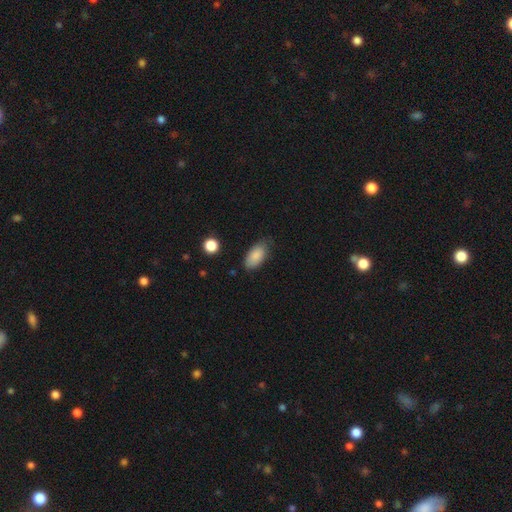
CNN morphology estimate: This is clearly a smooth galaxy (86%). How rounded: clearly in between (92%). Merging: likely none (71%).